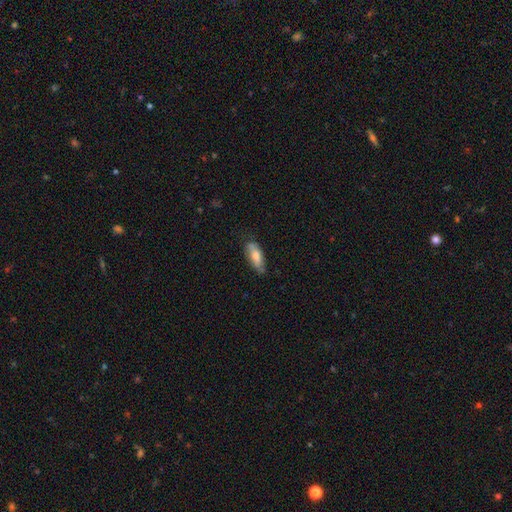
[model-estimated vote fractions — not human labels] Morphology: type=smooth (72%); roundness=in between (74%); merging=none (65%).